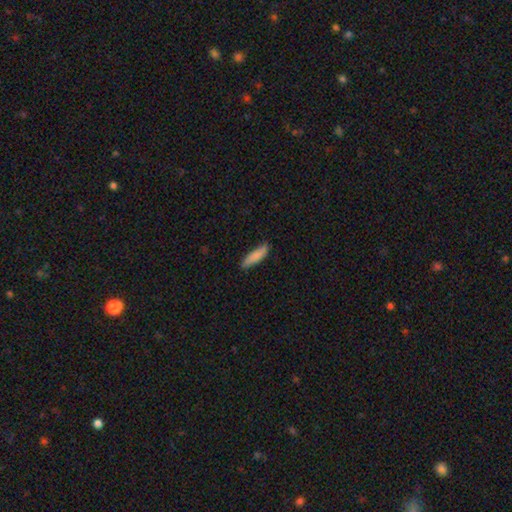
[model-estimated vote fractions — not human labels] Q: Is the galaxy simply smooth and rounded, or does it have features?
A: smooth — 83%.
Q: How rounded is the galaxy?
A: cigar-shaped — 65%.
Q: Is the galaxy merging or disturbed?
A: none — 80%.